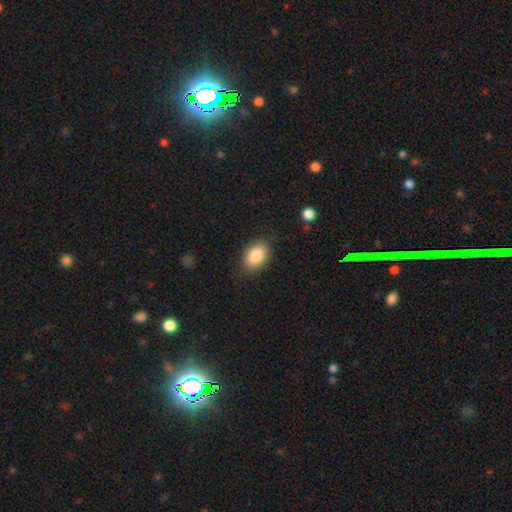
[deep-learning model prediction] Smooth or featured? smooth (87%)
How rounded? in between (88%)
Merging? none (84%)